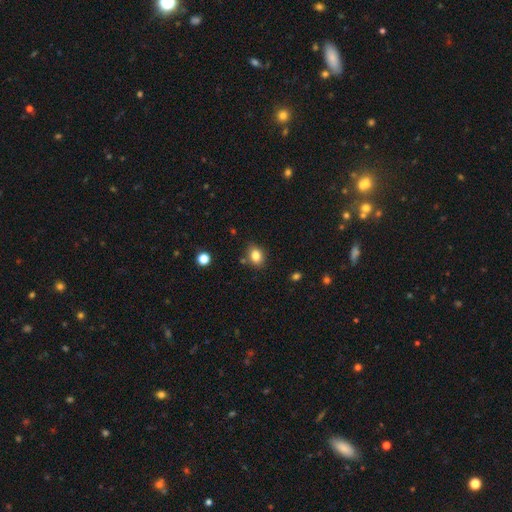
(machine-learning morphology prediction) A smooth galaxy with no disk features (83%) that is in between round and cigar-shaped (57%).

Vote fractions:
- Smooth or featured? smooth: 83% / star or artifact: 11% / featured or disk: 7%
- How rounded? in between: 57% / round: 42% / cigar-shaped: 1%
- Merging? none: 80% / minor disturbance: 13% / merger: 4% / major disturbance: 3%